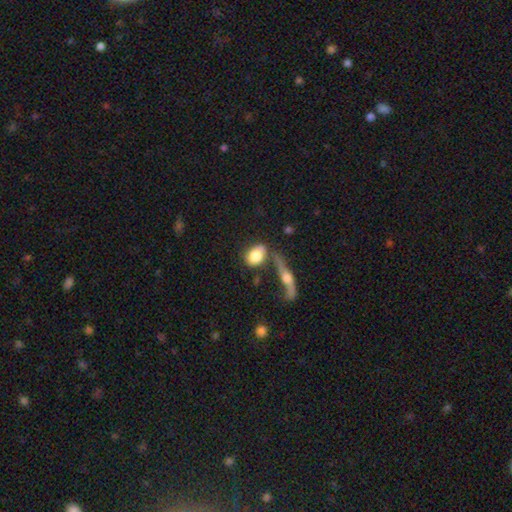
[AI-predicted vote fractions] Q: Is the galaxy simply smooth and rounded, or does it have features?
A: smooth — 74%.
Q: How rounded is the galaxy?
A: in between — 68%.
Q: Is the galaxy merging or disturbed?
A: none — 44%.